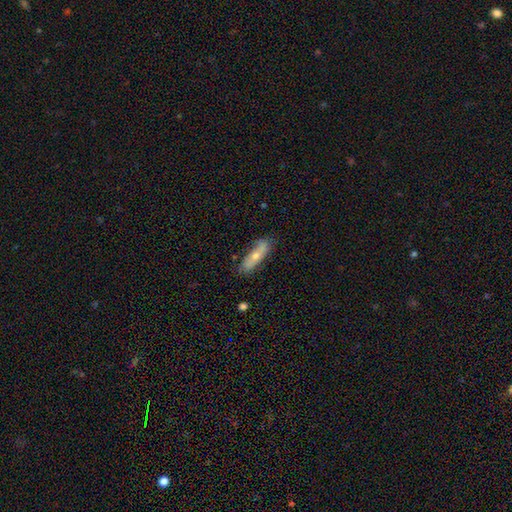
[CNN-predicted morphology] smooth-or-featured: smooth: 57% | featured or disk: 37% | star or artifact: 6%
  how-rounded: cigar-shaped: 54% | in between: 43% | round: 2%
  merging: none: 73% | minor disturbance: 20% | major disturbance: 4% | merger: 3%